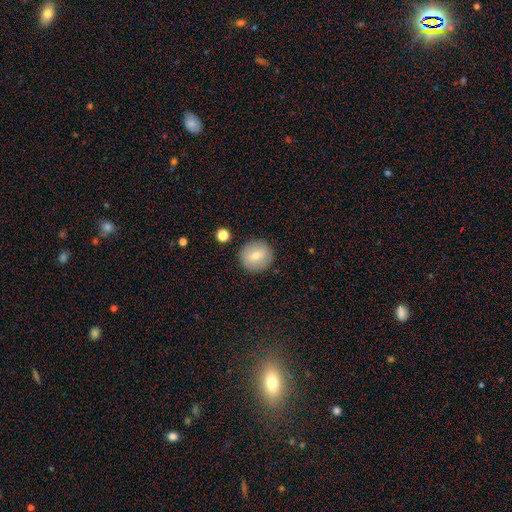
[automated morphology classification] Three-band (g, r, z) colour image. It shows a smooth galaxy with no disk features (68%) that is round (93%). Merging: none (88%).